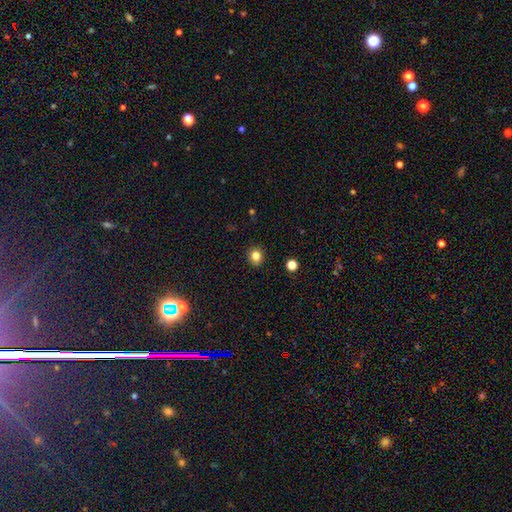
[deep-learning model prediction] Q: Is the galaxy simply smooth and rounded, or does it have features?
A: smooth — 82%.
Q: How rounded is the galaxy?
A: round — 81%.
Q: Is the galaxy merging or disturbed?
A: none — 91%.